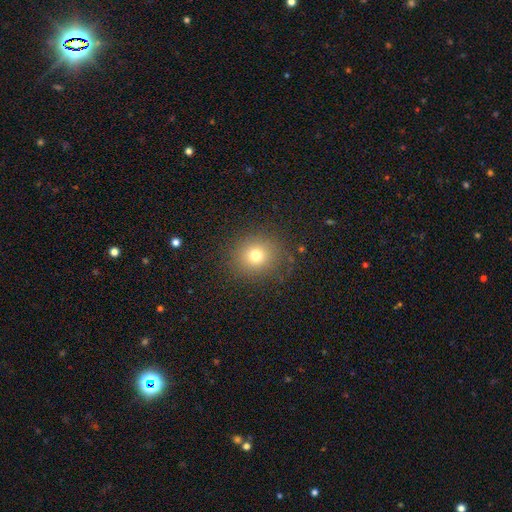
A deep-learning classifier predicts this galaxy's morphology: Smooth or featured? Predicted: smooth (p=0.73). How rounded? Predicted: round (p=0.86). Merging? Predicted: none (p=0.86).